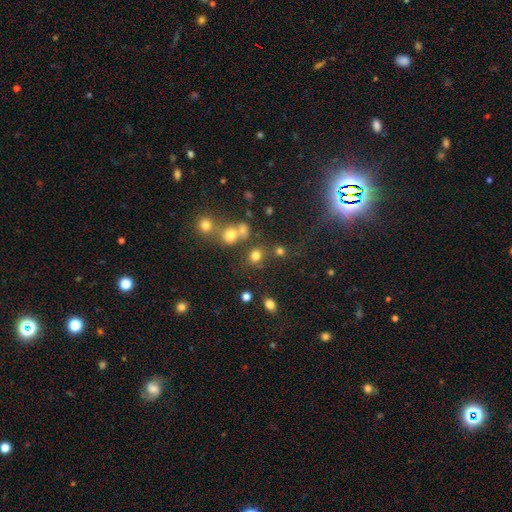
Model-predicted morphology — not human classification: The model was most divided on "how rounded": round: 71%, in between: 27%, cigar-shaped: 1%. More confident: smooth or featured — smooth (74%); merging — none (66%).